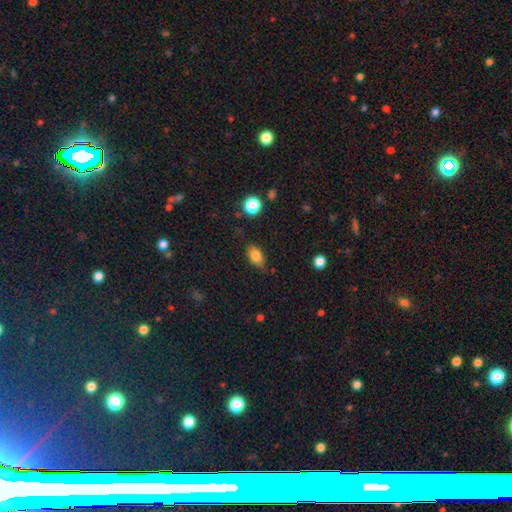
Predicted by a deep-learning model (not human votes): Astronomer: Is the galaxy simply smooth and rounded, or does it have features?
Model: smooth — 81%.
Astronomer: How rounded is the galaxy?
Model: in between — 85%.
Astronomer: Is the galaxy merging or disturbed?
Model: none — 73%.